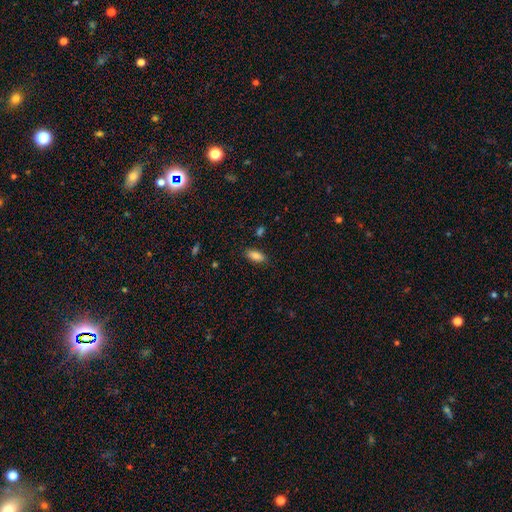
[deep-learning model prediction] A smooth galaxy with no disk features (84%) that is in between round and cigar-shaped (87%).

Vote fractions:
- Smooth or featured? smooth: 84% / star or artifact: 8% / featured or disk: 8%
- How rounded? in between: 87% / cigar-shaped: 11% / round: 3%
- Merging? none: 85% / minor disturbance: 10% / major disturbance: 2% / merger: 2%